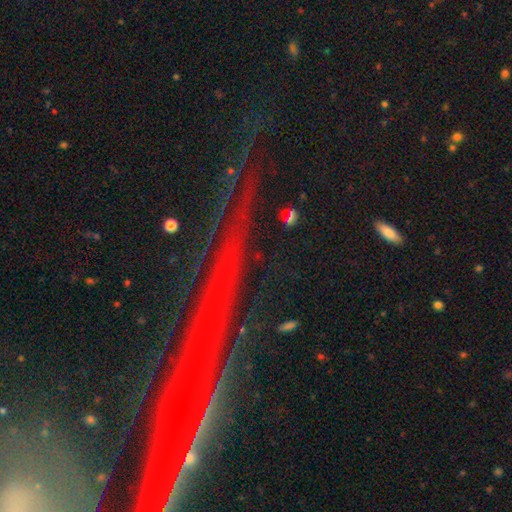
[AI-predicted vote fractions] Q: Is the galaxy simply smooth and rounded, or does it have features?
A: star or artifact — 61%.